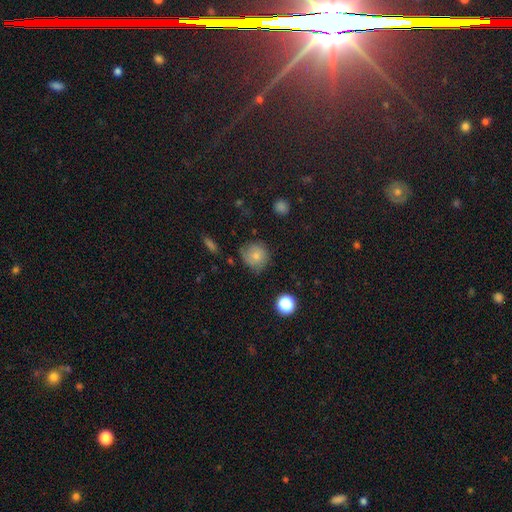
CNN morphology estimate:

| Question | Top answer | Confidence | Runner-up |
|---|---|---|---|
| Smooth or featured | smooth | 69% | featured or disk (20%) |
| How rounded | round | 87% | in between (12%) |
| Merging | none | 65% | minor disturbance (25%) |